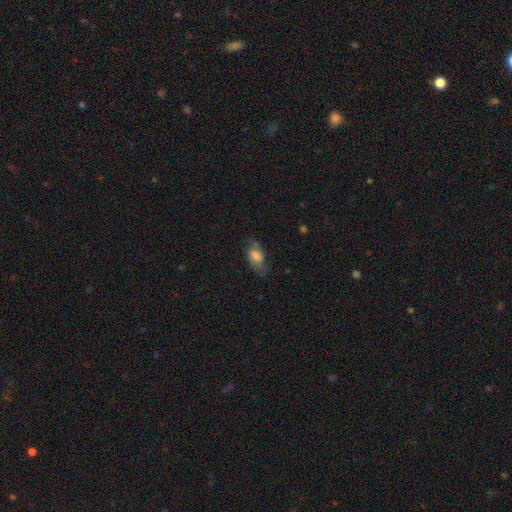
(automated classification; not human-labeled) Overall: featured or disk (50%; smooth 42%). Merging: none (67%).